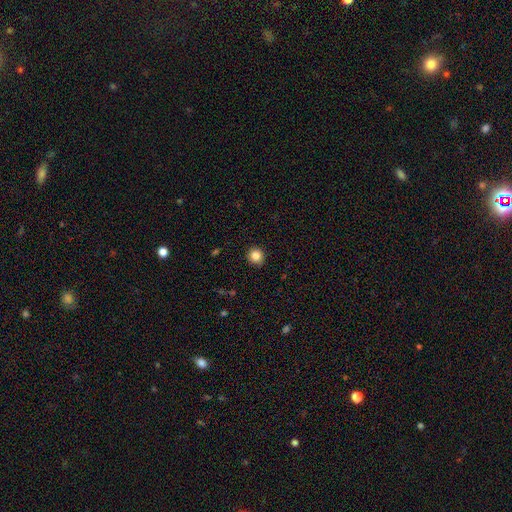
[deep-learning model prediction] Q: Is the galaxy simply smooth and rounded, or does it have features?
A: smooth — 84%.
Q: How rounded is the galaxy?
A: round — 92%.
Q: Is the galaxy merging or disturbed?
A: none — 90%.